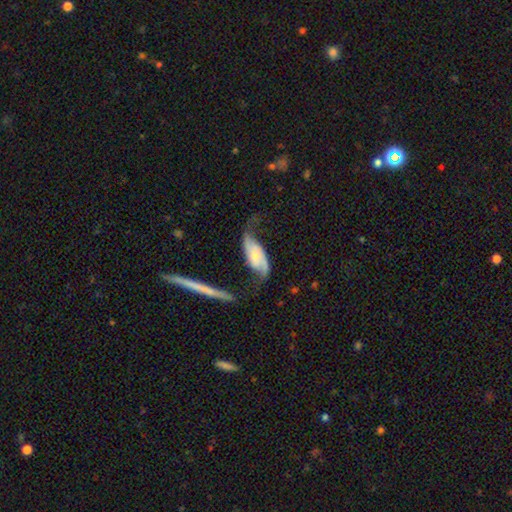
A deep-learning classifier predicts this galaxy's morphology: Smooth or featured: featured or disk — 77% (smooth — 18%)
Edge-on disk: no — 91% (yes — 9%)
Bar: no — 65% (weak — 27%)
Spiral arms: yes — 93% (no — 7%)
Spiral winding: loose — 59% (medium — 29%)
Spiral arm count: 2 — 89% (can't tell — 5%)
Bulge size: small — 50% (moderate — 41%)
Merging: none — 52% (minor disturbance — 25%)